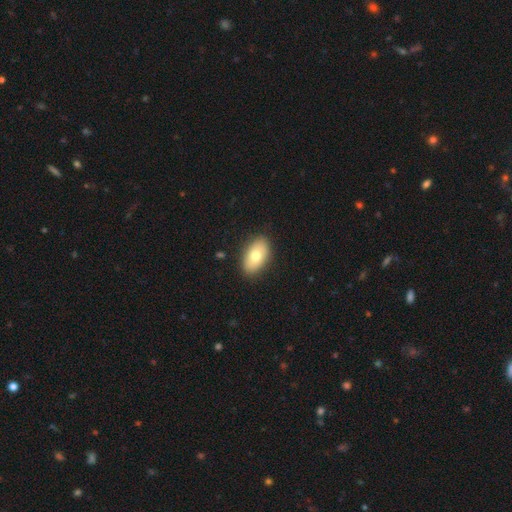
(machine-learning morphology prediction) smooth_or_featured: smooth (p=0.74) [alt: featured or disk p=0.20]
how_rounded: in between (p=0.92) [alt: round p=0.06]
merging: none (p=0.86) [alt: minor disturbance p=0.10]